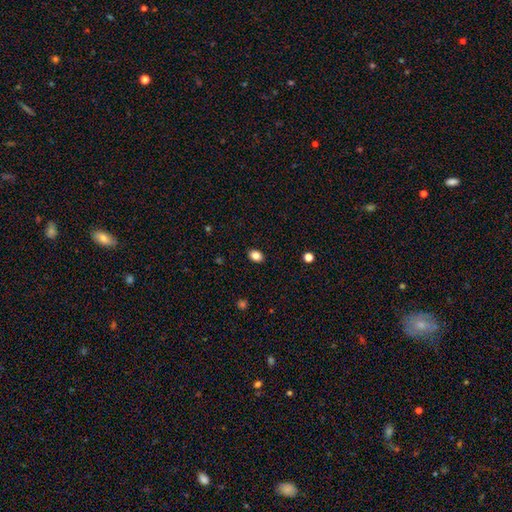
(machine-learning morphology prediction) smooth 85%, star or artifact 10%, featured or disk 5%. Down the decision tree: how rounded — in between (69%); merging — none (89%).